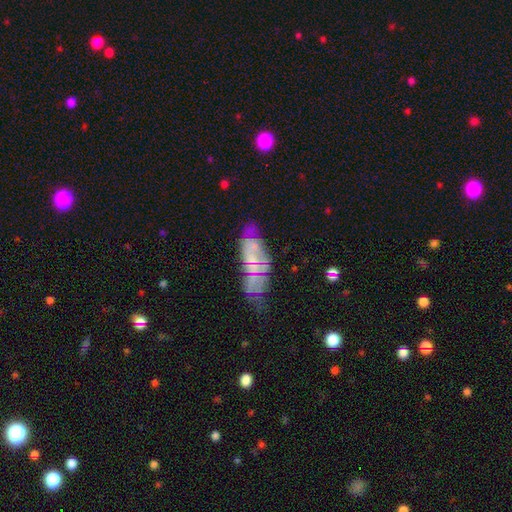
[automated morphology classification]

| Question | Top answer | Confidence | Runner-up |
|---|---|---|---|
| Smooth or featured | featured or disk | 57% | smooth (27%) |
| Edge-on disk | no | 77% | yes (23%) |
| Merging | none | 63% | minor disturbance (19%) |